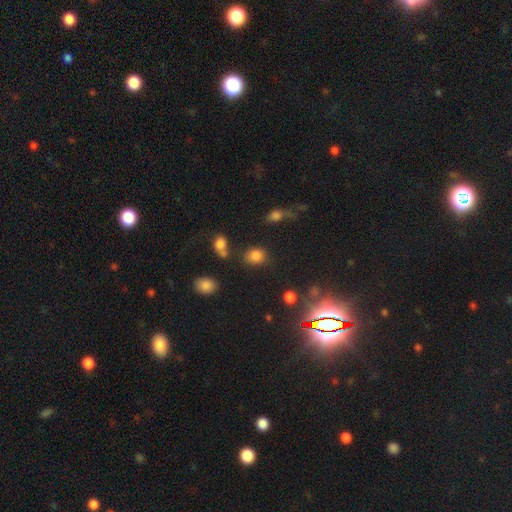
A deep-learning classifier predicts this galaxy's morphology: Smooth or featured? smooth (79%)
How rounded? round (50%)
Merging? none (71%)